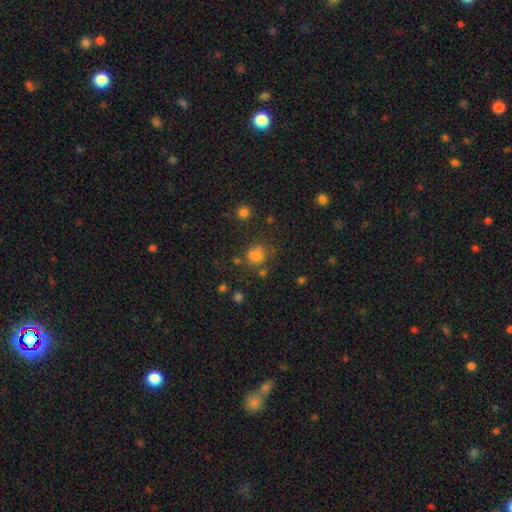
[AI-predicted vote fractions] Smooth or featured: smooth — 67% (star or artifact — 20%)
How rounded: round — 67% (in between — 32%)
Merging: none — 50% (merger — 21%)